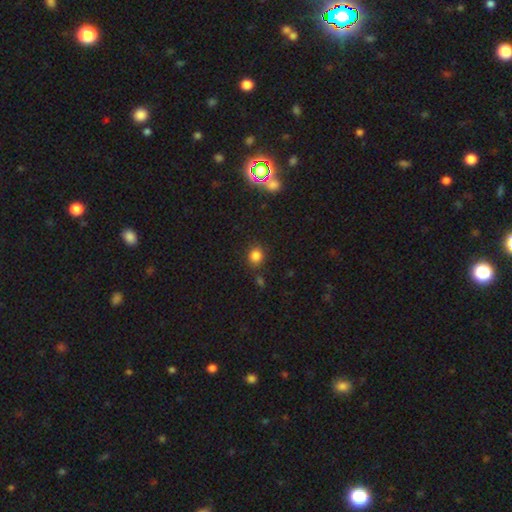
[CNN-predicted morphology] Overall: smooth (82%). How rounded: round (73%). Merging: none (81%).